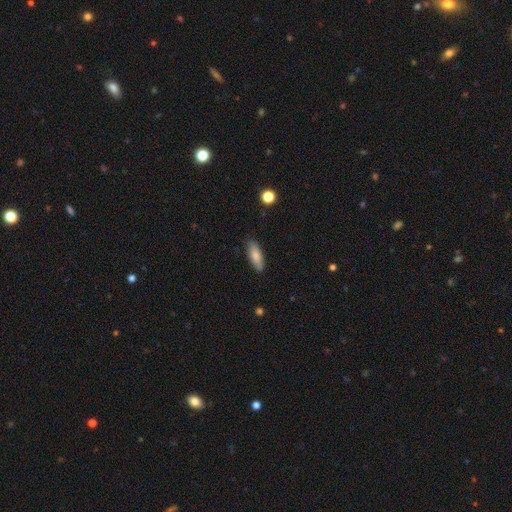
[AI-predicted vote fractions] The model was most divided on "how rounded": in between: 68%, cigar-shaped: 30%, round: 2%. More confident: merging — none (86%); smooth or featured — smooth (80%).